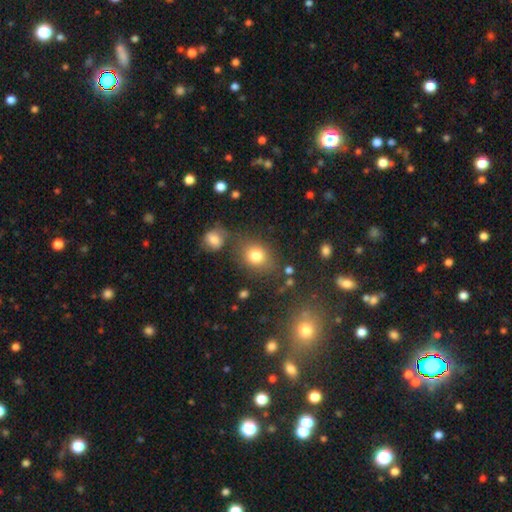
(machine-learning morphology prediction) smooth-or-featured: smooth: 78% | star or artifact: 13% | featured or disk: 8%
  how-rounded: round: 62% | in between: 36% | cigar-shaped: 1%
  merging: none: 66% | minor disturbance: 14% | merger: 13% | major disturbance: 6%